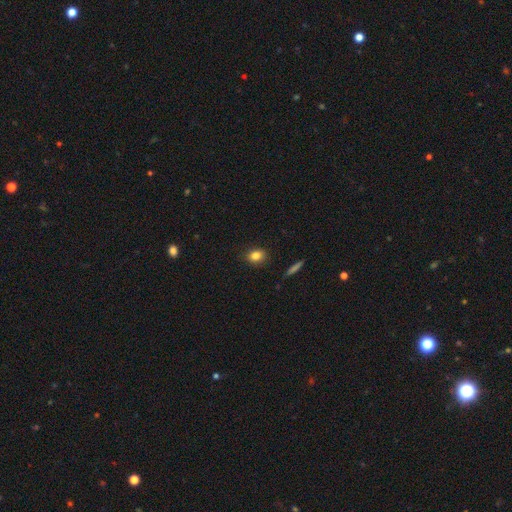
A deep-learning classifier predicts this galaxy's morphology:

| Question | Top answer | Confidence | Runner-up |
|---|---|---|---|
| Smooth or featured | smooth | 84% | star or artifact (10%) |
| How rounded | in between | 50% | round (49%) |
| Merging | none | 89% | minor disturbance (8%) |